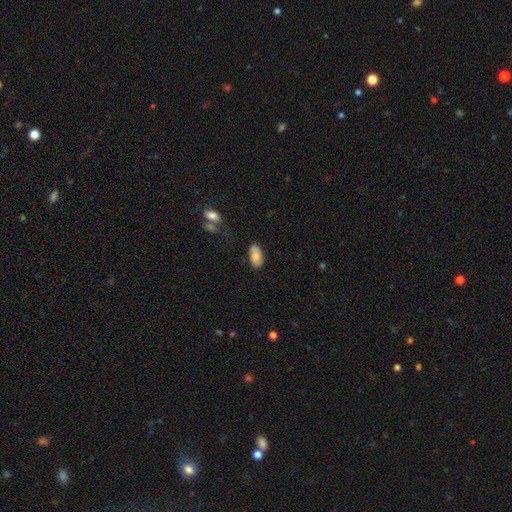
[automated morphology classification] Smooth or featured? Predicted: smooth (p=0.82). How rounded? Predicted: in between (p=0.94). Merging? Predicted: none (p=0.78).